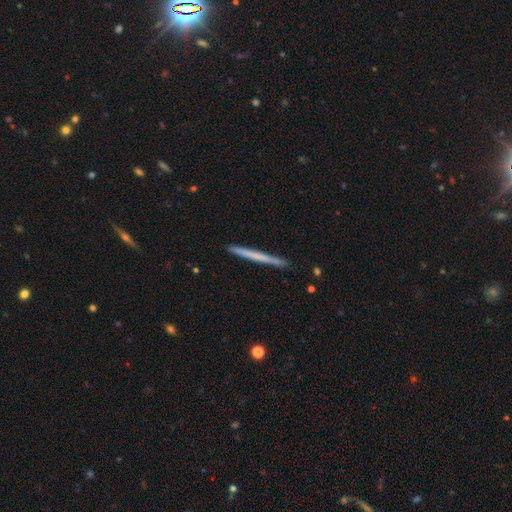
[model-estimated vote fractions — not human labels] Q: Smooth or featured?
A: smooth (55%); runner-up: featured or disk (39%)
Q: How rounded?
A: cigar-shaped (97%); runner-up: in between (1%)
Q: Merging?
A: none (91%); runner-up: minor disturbance (7%)